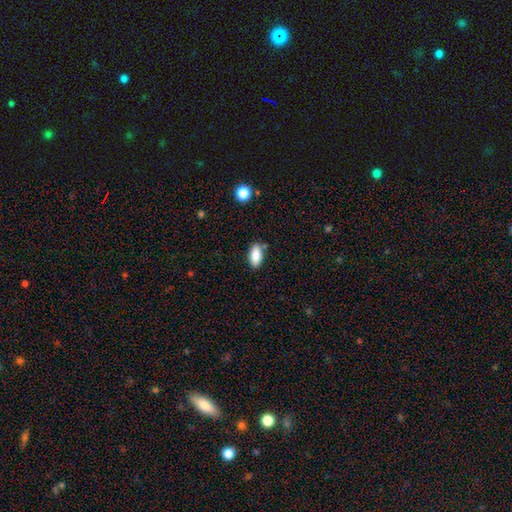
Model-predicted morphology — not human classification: smooth-or-featured: smooth: 86% | star or artifact: 8% | featured or disk: 7%
  how-rounded: in between: 87% | cigar-shaped: 10% | round: 3%
  merging: none: 79% | minor disturbance: 14% | merger: 4% | major disturbance: 3%